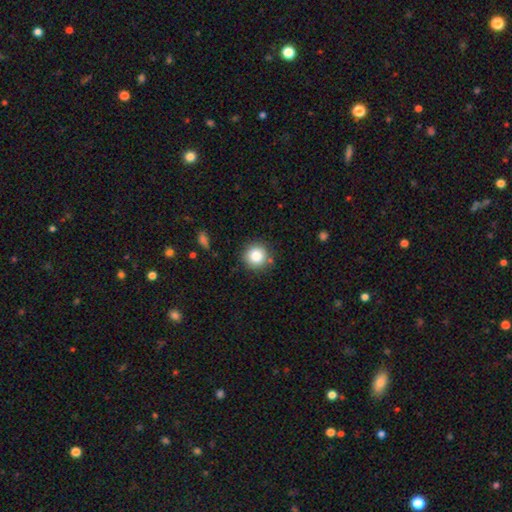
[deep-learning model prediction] smooth_or_featured: smooth (p=0.83) [alt: star or artifact p=0.10]
how_rounded: round (p=0.94) [alt: in between p=0.05]
merging: none (p=0.86) [alt: minor disturbance p=0.09]